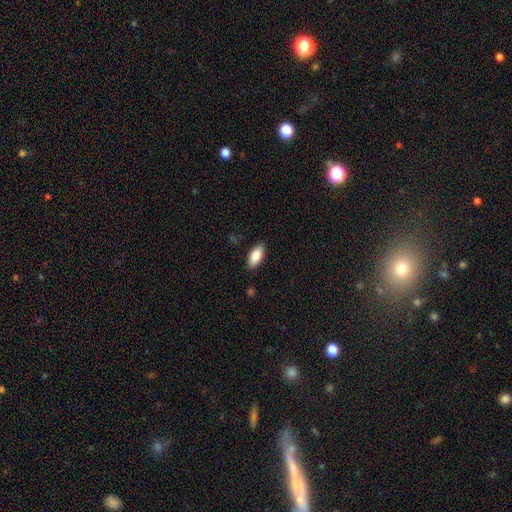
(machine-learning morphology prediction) This is clearly a smooth galaxy (83%). How rounded: clearly in between (86%). Merging: clearly none (88%).